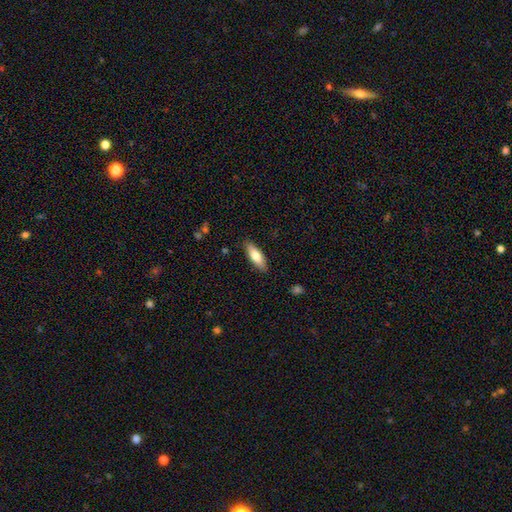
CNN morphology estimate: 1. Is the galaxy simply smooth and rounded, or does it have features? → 71% smooth, 23% featured or disk, 6% star or artifact.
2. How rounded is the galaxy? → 55% in between, 43% cigar-shaped, 2% round.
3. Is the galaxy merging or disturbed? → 88% none, 9% minor disturbance, 2% major disturbance, 1% merger.